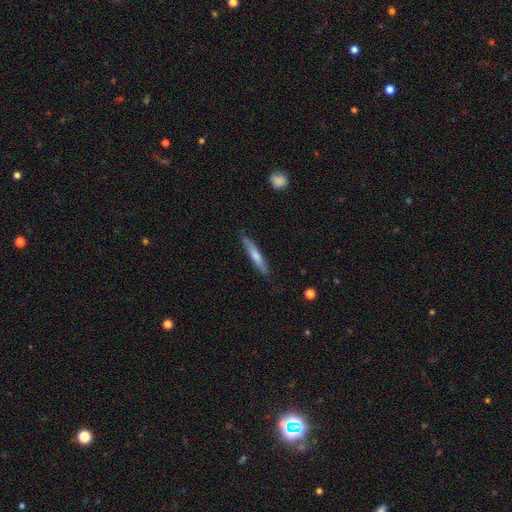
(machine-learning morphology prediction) Smooth or featured: smooth — 61% (featured or disk — 33%)
How rounded: cigar-shaped — 91% (in between — 7%)
Merging: none — 84% (minor disturbance — 12%)